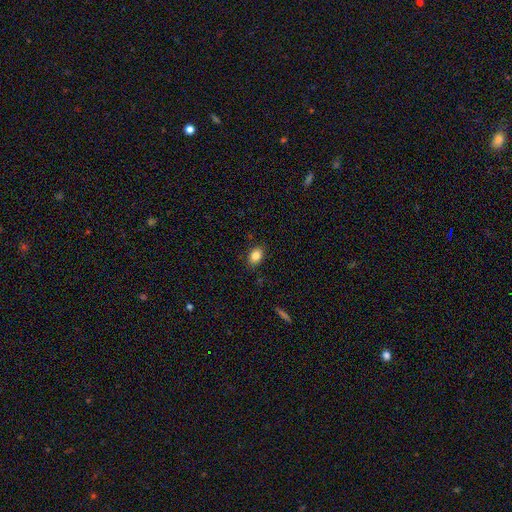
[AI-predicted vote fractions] This is clearly a smooth galaxy (85%). How rounded: likely in between (76%). Merging: clearly none (85%).